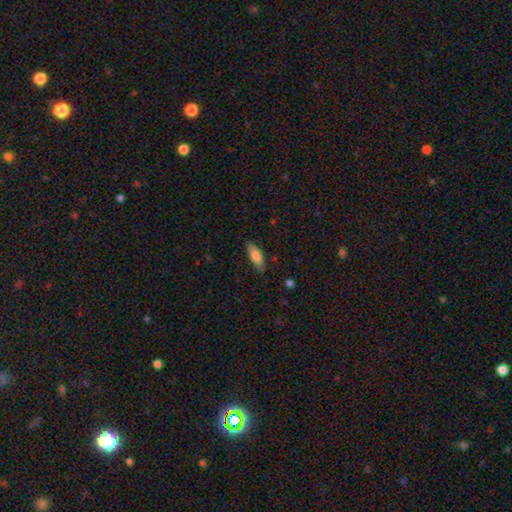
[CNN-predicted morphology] The model was most divided on "how rounded": in between: 68%, cigar-shaped: 30%, round: 2%. More confident: merging — none (80%); smooth or featured — smooth (79%).